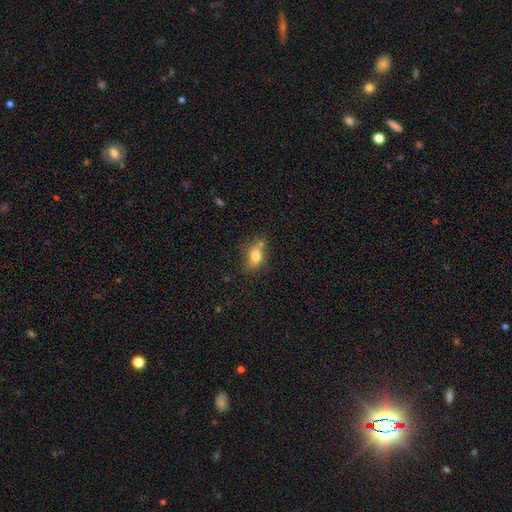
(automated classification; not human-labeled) Q: Smooth or featured?
A: smooth (78%); runner-up: featured or disk (12%)
Q: How rounded?
A: in between (71%); runner-up: round (27%)
Q: Merging?
A: none (57%); runner-up: minor disturbance (21%)